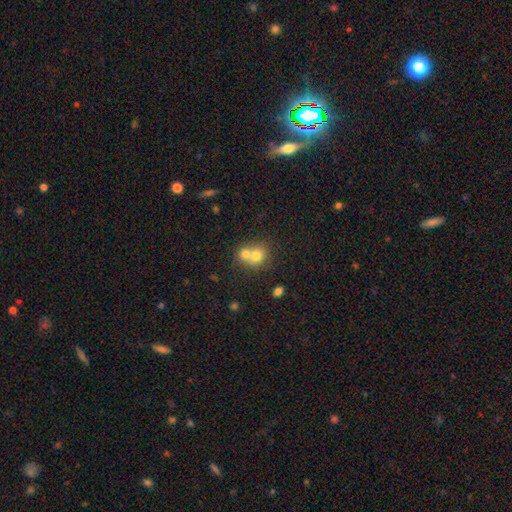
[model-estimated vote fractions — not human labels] Smooth or featured? smooth (72%)
How rounded? round (74%)
Merging? merger (62%)